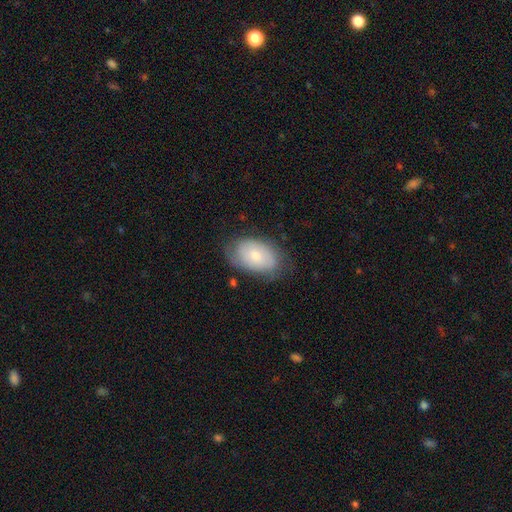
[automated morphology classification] smooth 59%, featured or disk 34%, star or artifact 7%. Down the decision tree: how rounded — in between (90%); merging — none (69%).